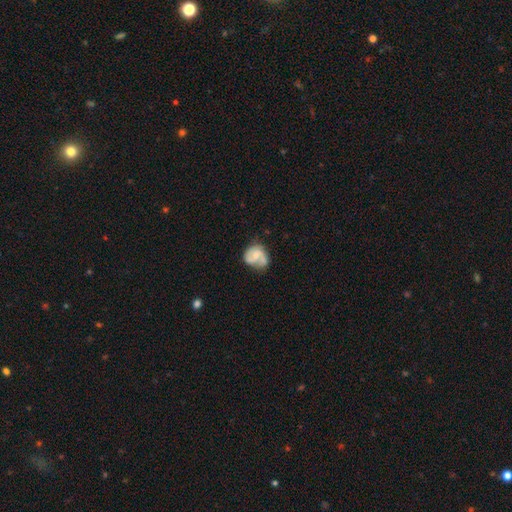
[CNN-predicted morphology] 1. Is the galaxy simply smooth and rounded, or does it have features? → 53% featured or disk, 39% smooth, 8% star or artifact.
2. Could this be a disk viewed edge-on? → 98% no, 2% yes.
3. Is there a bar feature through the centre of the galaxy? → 65% no, 29% weak, 6% strong.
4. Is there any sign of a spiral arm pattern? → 74% yes, 26% no.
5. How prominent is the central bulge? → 41% small, 28% none, 26% moderate, 3% large, 1% dominant.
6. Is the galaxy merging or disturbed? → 45% none, 29% minor disturbance, 18% major disturbance, 7% merger.